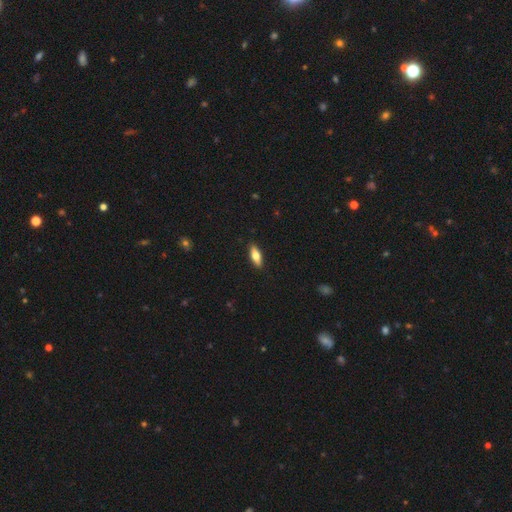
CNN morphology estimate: Smooth or featured?
  - smooth: 67% *
  - featured or disk: 27%
  - star or artifact: 6%
How rounded?
  - in between: 67% *
  - cigar-shaped: 31%
  - round: 3%
Merging?
  - none: 90% *
  - minor disturbance: 8%
  - major disturbance: 2%
  - merger: 1%